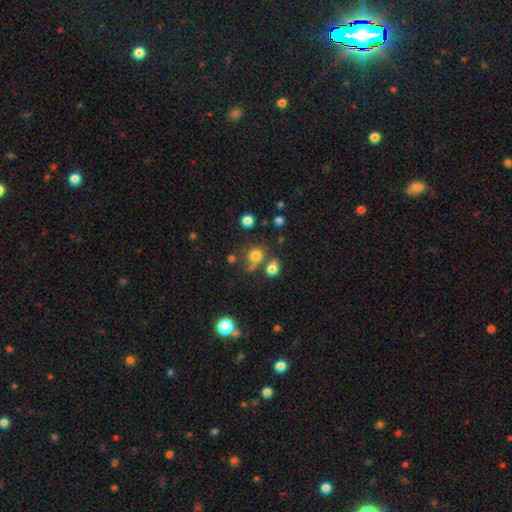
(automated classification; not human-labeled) Smooth or featured?
  - smooth: 76% *
  - star or artifact: 16%
  - featured or disk: 8%
How rounded?
  - round: 77% *
  - in between: 22%
  - cigar-shaped: 1%
Merging?
  - none: 58% *
  - merger: 21%
  - minor disturbance: 14%
  - major disturbance: 7%